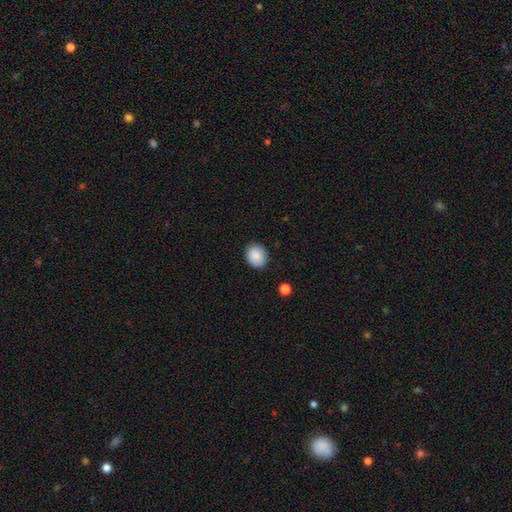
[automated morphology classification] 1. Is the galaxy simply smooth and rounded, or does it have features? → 88% smooth, 8% star or artifact, 5% featured or disk.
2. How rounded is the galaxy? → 56% round, 43% in between, 1% cigar-shaped.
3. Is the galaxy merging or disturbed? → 86% none, 10% minor disturbance, 2% major disturbance, 1% merger.